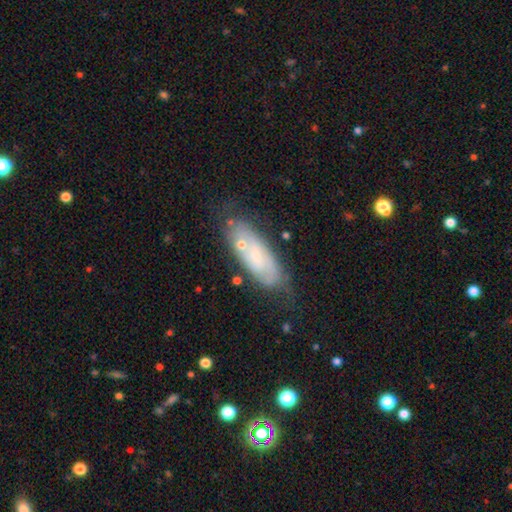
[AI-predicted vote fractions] Smooth or featured? Predicted: featured or disk (p=0.54). Edge-on disk? Predicted: no (p=0.83). Merging? Predicted: none (p=0.61).